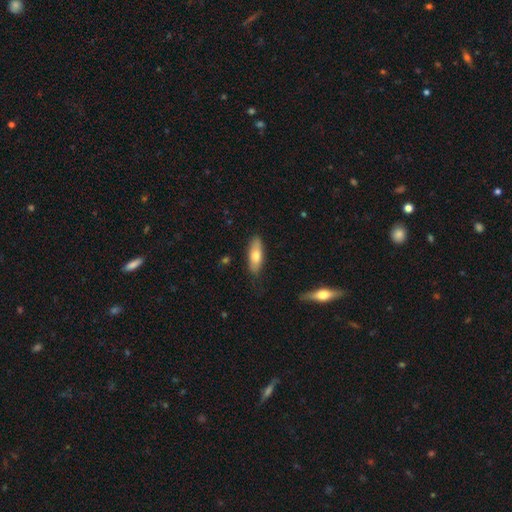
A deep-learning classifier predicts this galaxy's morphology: This is likely a smooth galaxy (71%). How rounded: likely in between (64%). Merging: clearly none (82%).